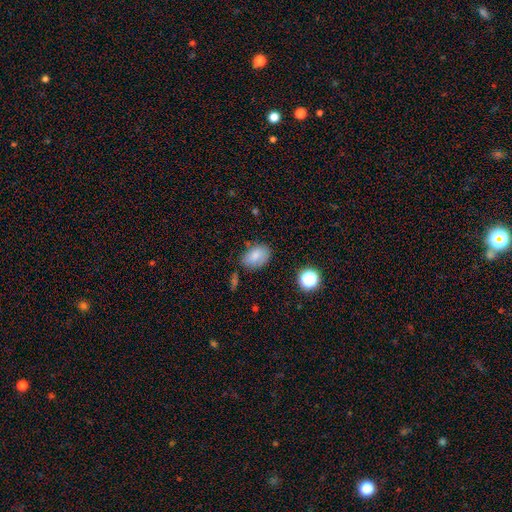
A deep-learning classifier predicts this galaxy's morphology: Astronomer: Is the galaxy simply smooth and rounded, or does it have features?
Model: smooth — 78%.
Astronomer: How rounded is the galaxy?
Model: in between — 82%.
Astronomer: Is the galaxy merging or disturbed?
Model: none — 70%.